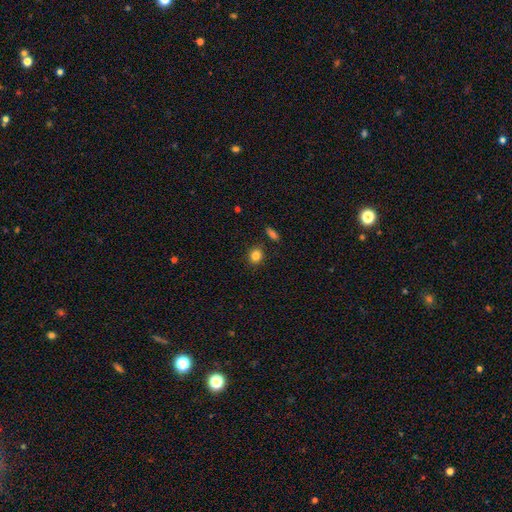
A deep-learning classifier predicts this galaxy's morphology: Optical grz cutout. It shows a smooth galaxy with no disk features (84%) that is round (69%). Merging: none (85%).